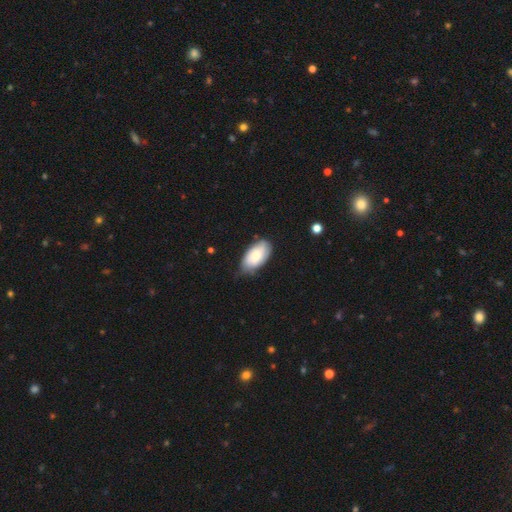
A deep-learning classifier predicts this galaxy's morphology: A smooth galaxy with no disk features (70%) that is in between round and cigar-shaped (94%). Merging: none (66%).